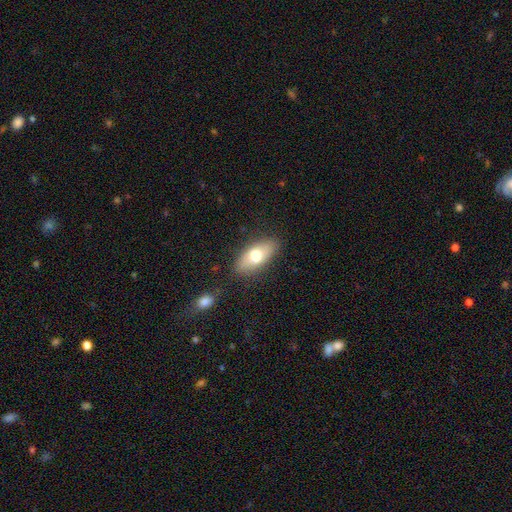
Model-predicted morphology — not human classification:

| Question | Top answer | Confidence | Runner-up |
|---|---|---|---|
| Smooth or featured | smooth | 69% | featured or disk (24%) |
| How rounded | in between | 85% | cigar-shaped (11%) |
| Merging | none | 83% | minor disturbance (12%) |